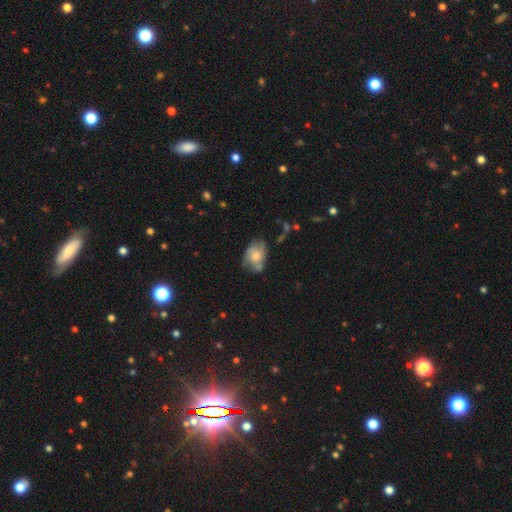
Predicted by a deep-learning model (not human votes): Smooth or featured: featured or disk — 47% (smooth — 45%)
Merging: none — 46% (minor disturbance — 28%)